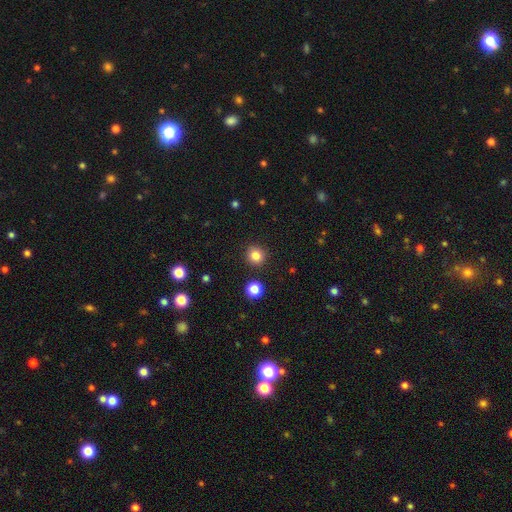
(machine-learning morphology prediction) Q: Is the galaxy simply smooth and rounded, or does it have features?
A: smooth — 83%.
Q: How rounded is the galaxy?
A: round — 92%.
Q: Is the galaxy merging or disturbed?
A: none — 91%.